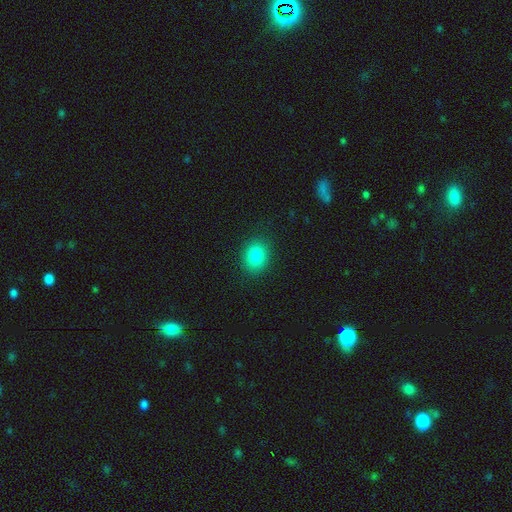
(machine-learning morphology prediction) Smooth or featured: smooth — 83% (star or artifact — 10%)
How rounded: in between — 51% (round — 48%)
Merging: none — 88% (minor disturbance — 8%)